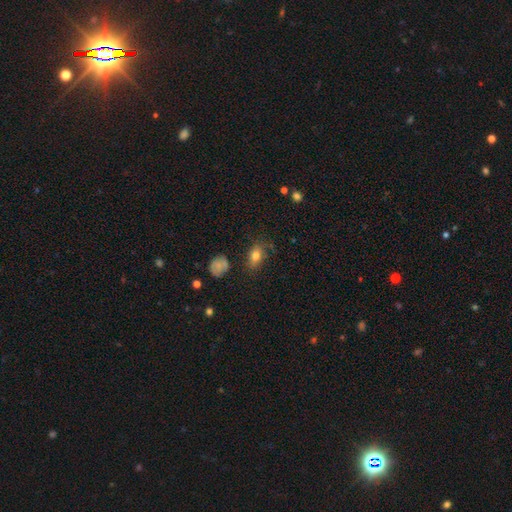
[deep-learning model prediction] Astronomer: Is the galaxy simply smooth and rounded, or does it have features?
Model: smooth — 77%.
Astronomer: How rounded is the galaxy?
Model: in between — 81%.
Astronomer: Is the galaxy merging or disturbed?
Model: none — 74%.